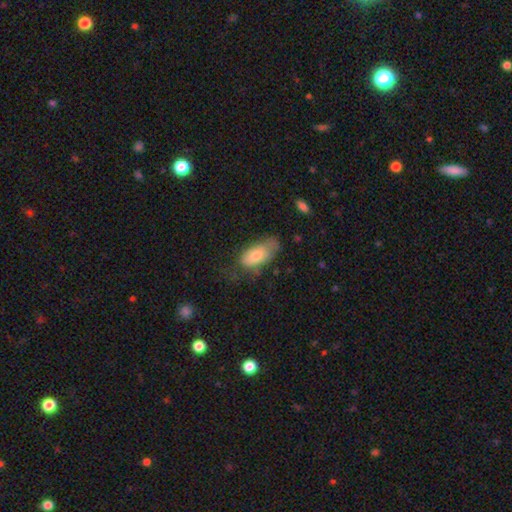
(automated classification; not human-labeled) Smooth or featured? Predicted: smooth (p=0.72). How rounded? Predicted: in between (p=0.90). Merging? Predicted: none (p=0.44).